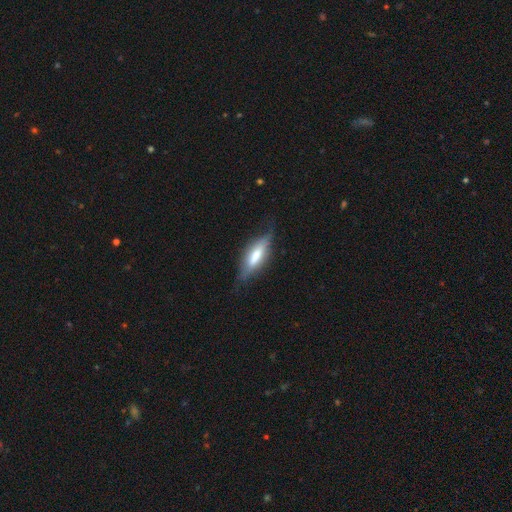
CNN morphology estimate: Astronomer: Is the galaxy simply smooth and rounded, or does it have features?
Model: featured or disk — 50% (runner-up: smooth, 43%).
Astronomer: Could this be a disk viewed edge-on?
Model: yes — 84%.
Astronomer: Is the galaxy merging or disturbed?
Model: none — 70%.